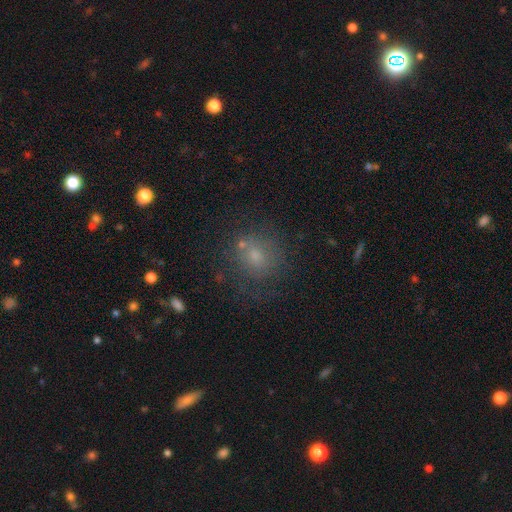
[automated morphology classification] Overall: smooth (64%). How rounded: round (81%). Merging: none (66%).